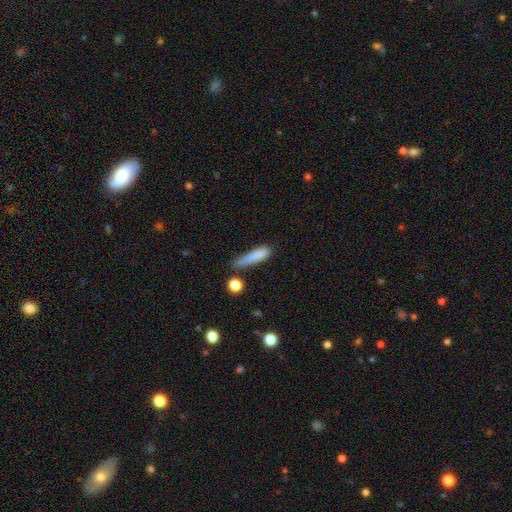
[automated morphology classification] This appears to be a smooth galaxy with no disk features (79%) that is cigar-shaped (82%). Merging: none (53%).